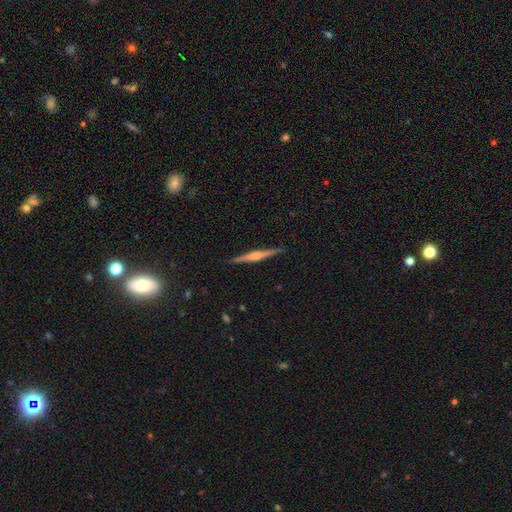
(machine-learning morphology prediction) featured or disk 72%, smooth 22%, star or artifact 6%. Down the decision tree: edge-on disk — yes (98%); edge-on bulge — rounded (64%); merging — none (91%).